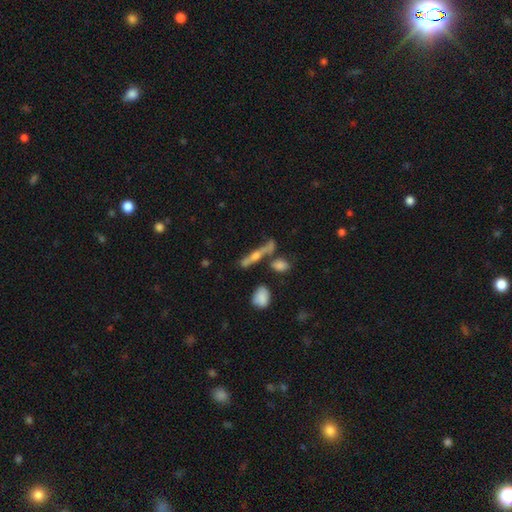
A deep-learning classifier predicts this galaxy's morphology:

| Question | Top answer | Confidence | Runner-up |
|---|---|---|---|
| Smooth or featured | featured or disk | 56% | smooth (31%) |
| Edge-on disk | yes | 84% | no (16%) |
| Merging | none | 58% | merger (18%) |